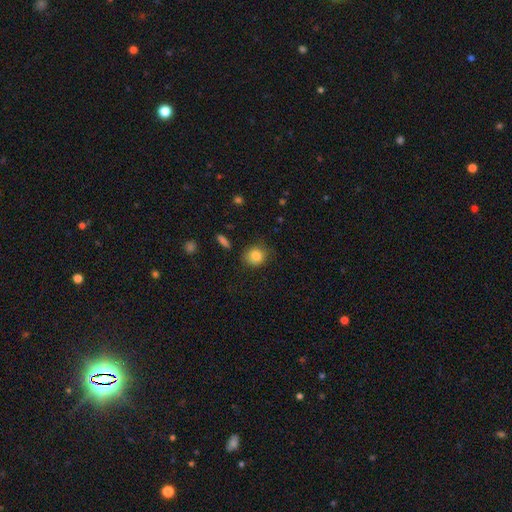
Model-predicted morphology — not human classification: This appears to be a smooth galaxy with no disk features (85%) that is round (78%). Merging: none (76%).